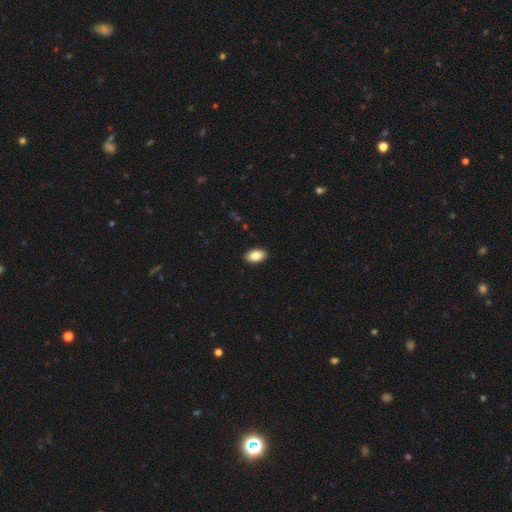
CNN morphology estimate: The model was most divided on "smooth or featured": smooth: 85%, featured or disk: 8%, star or artifact: 7%. More confident: how rounded — in between (93%); merging — none (91%).